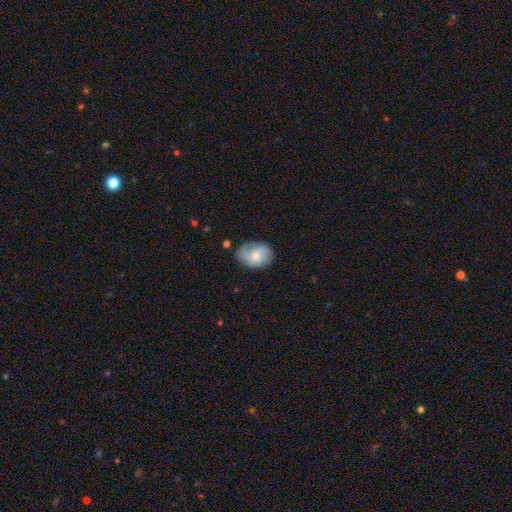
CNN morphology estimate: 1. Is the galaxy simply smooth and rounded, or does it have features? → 49% smooth, 44% featured or disk, 7% star or artifact.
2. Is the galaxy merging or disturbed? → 65% none, 25% minor disturbance, 7% major disturbance, 2% merger.